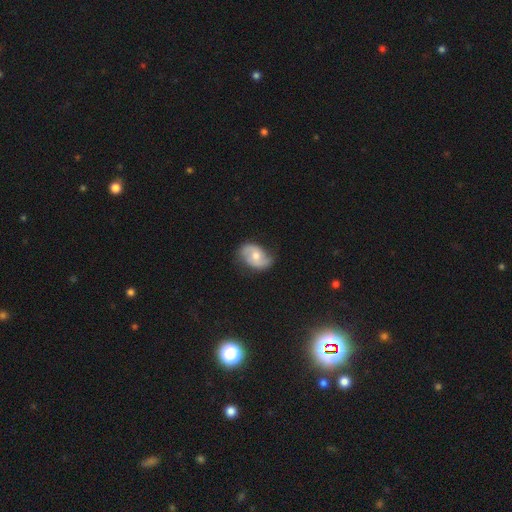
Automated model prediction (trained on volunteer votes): Smooth or featured? featured or disk (61%)
Edge-on disk? no (96%)
Bar? no (59%)
Spiral arms? yes (86%)
Spiral winding? medium (43%)
Spiral arm count? 2 (85%)
Bulge size? moderate (68%)
Merging? none (71%)